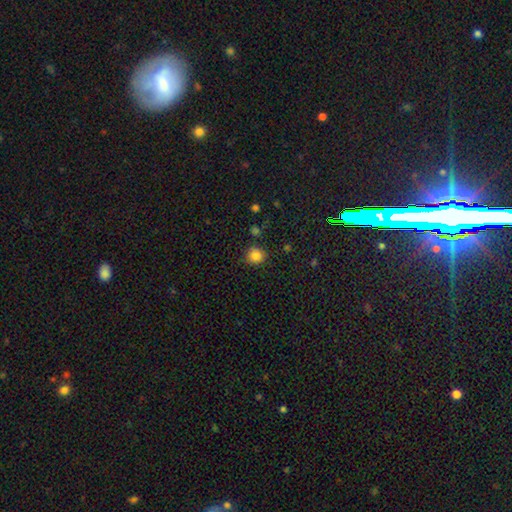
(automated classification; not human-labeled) smooth_or_featured: smooth (p=0.83) [alt: star or artifact p=0.12]
how_rounded: round (p=0.87) [alt: in between p=0.12]
merging: none (p=0.83) [alt: minor disturbance p=0.11]